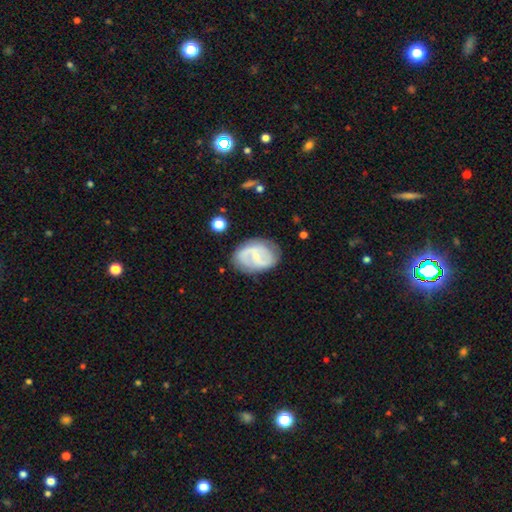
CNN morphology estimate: Smooth or featured? Predicted: featured or disk (p=0.73). Edge-on disk? Predicted: no (p=0.97). Bar? Predicted: weak (p=0.47). Spiral arms? Predicted: yes (p=0.85). Spiral winding? Predicted: medium (p=0.44). Spiral arm count? Predicted: 2 (p=0.76). Bulge size? Predicted: small (p=0.71). Merging? Predicted: none (p=0.73).